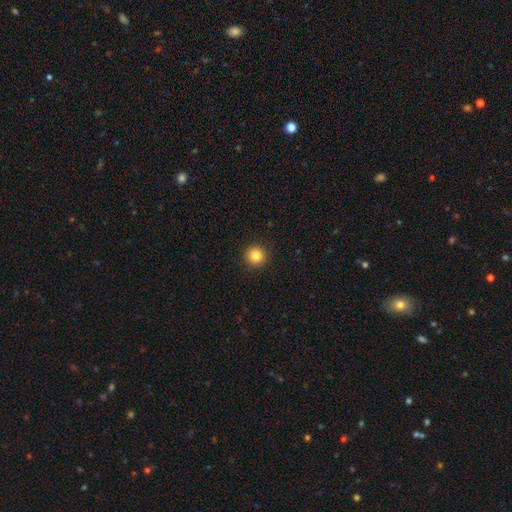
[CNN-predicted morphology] This appears to be a smooth galaxy with no disk features (83%) that is round (95%). Merging: none (92%).